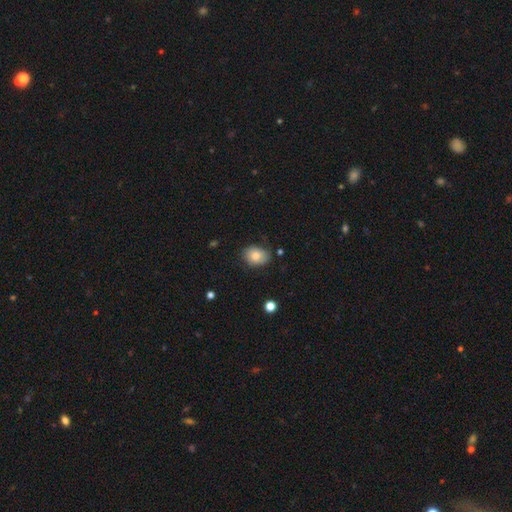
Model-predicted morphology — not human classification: type=smooth (78%); roundness=in between (64%); merging=none (75%).